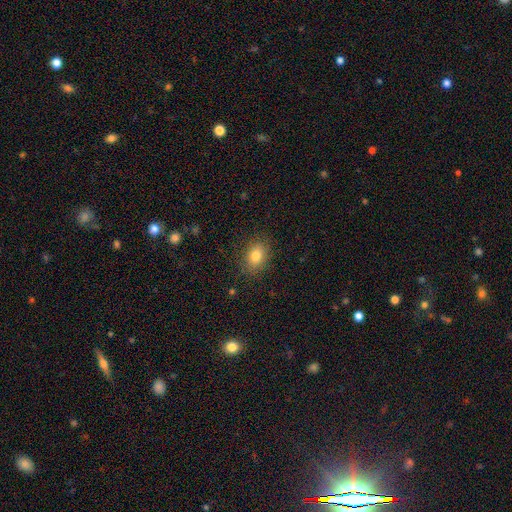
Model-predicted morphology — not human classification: smooth 80%, star or artifact 10%, featured or disk 9%. Down the decision tree: how rounded — in between (71%); merging — none (85%).